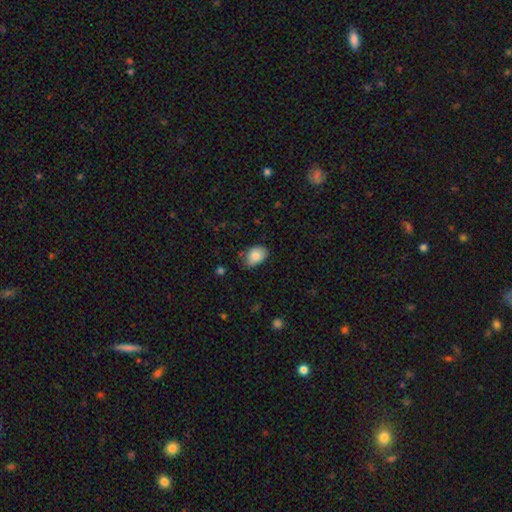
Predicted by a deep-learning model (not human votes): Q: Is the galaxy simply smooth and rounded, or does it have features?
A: smooth — 84%.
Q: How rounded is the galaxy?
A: in between — 82%.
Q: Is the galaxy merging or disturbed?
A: none — 69%.